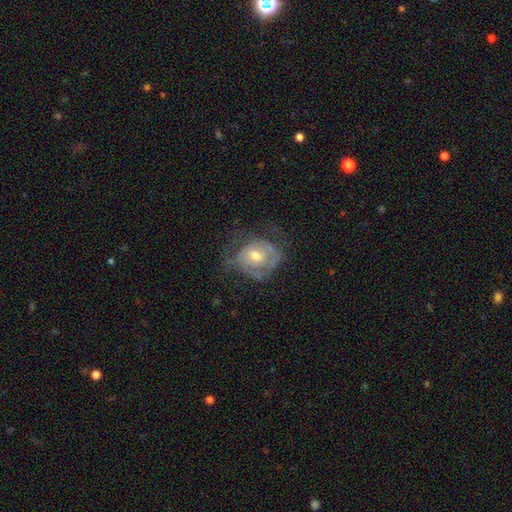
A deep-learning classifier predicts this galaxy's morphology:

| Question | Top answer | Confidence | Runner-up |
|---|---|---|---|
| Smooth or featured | featured or disk | 68% | smooth (25%) |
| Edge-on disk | no | 97% | yes (3%) |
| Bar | no | 69% | weak (27%) |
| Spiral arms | yes | 73% | no (27%) |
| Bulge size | moderate | 63% | small (30%) |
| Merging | none | 51% | minor disturbance (25%) |